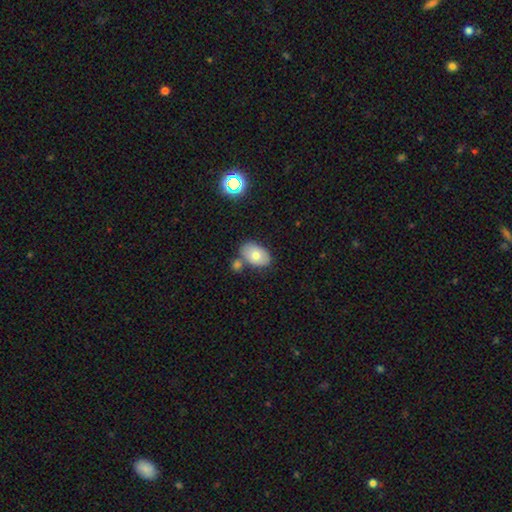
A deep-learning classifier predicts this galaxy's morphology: smooth 74%, featured or disk 18%, star or artifact 9%. Down the decision tree: how rounded — in between (89%); merging — none (66%).